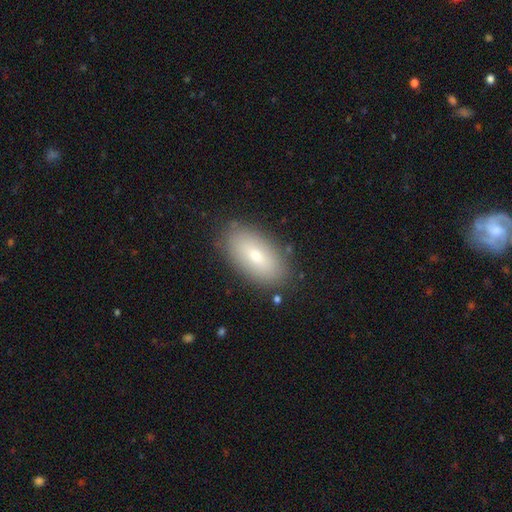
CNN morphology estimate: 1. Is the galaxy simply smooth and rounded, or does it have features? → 71% smooth, 20% featured or disk, 8% star or artifact.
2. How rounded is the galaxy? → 92% in between, 5% cigar-shaped, 4% round.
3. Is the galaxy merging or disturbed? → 85% none, 10% minor disturbance, 3% major disturbance, 2% merger.